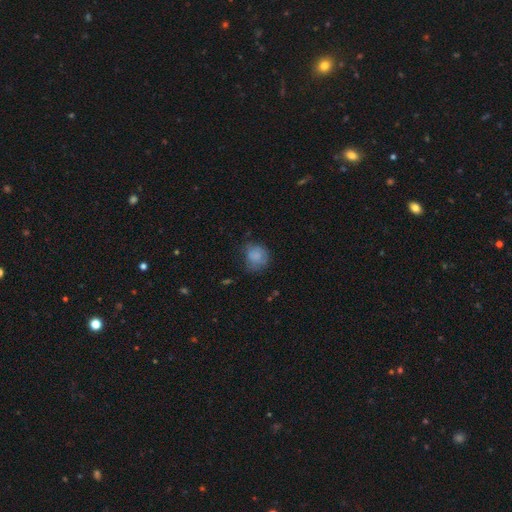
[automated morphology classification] smooth-or-featured: smooth: 77% | featured or disk: 13% | star or artifact: 10%
  how-rounded: round: 72% | in between: 27% | cigar-shaped: 1%
  merging: none: 54% | minor disturbance: 30% | major disturbance: 13% | merger: 2%